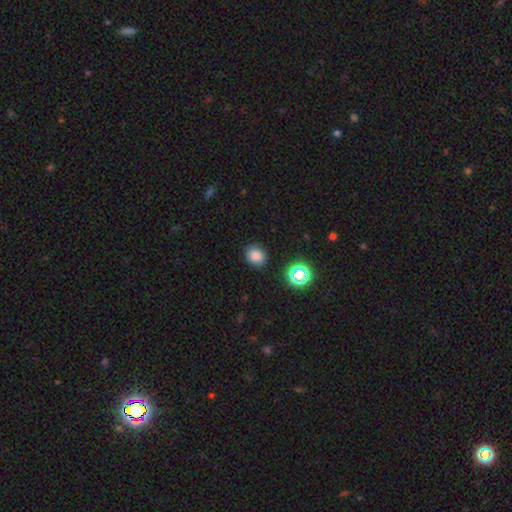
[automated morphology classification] smooth_or_featured: smooth (p=0.78) [alt: star or artifact p=0.16]
how_rounded: round (p=0.67) [alt: in between p=0.32]
merging: none (p=0.88) [alt: minor disturbance p=0.08]